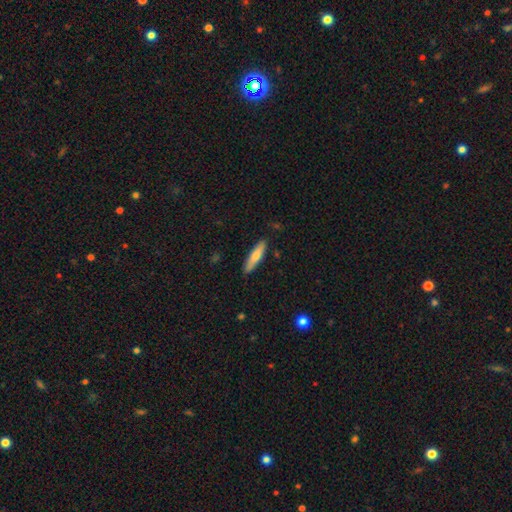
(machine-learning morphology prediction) Smooth or featured: smooth — 66% (featured or disk — 28%)
How rounded: cigar-shaped — 80% (in between — 18%)
Merging: none — 87% (minor disturbance — 10%)